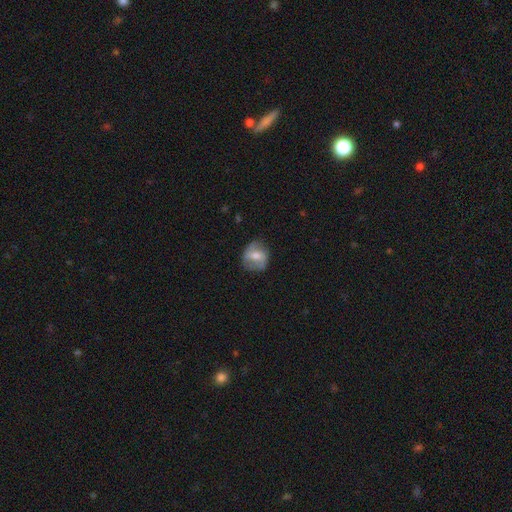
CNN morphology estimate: The model was most divided on "smooth or featured": featured or disk: 52%, smooth: 41%, star or artifact: 7%. More confident: edge-on disk — no (95%); merging — none (72%).